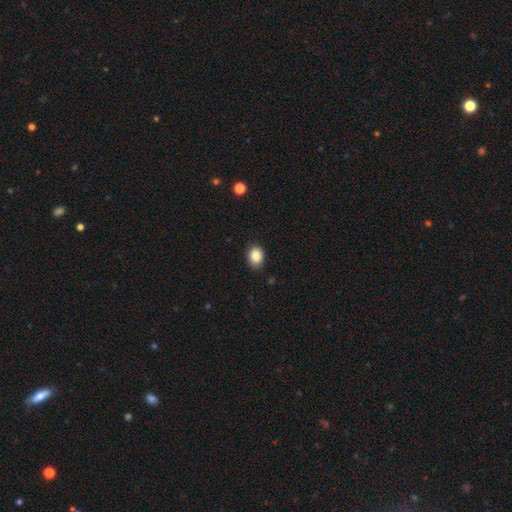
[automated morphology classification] type=smooth (87%); roundness=in between (67%); merging=none (86%).